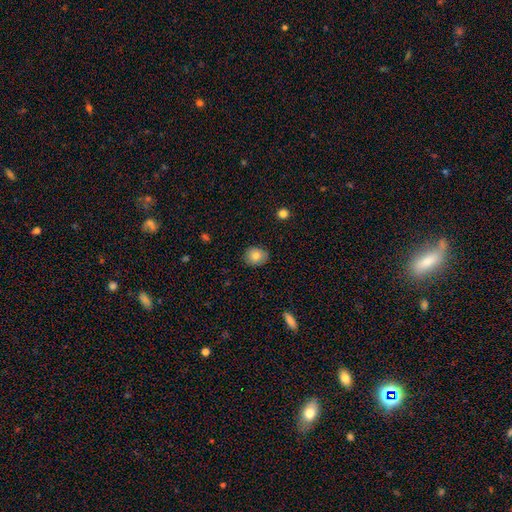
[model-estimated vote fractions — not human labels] Morphology: type=smooth (80%); roundness=round (69%); merging=none (86%).